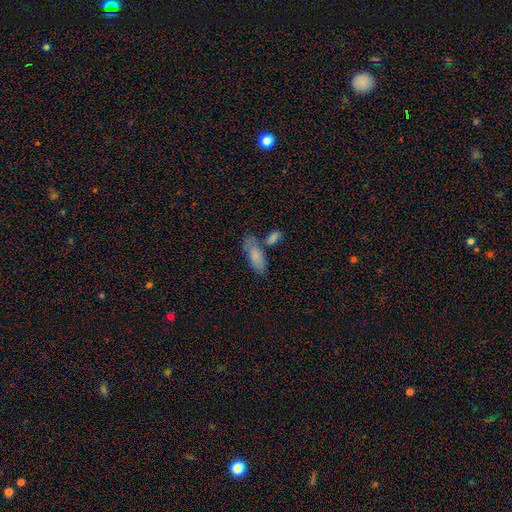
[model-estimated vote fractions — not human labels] This is likely a smooth galaxy (79%). How rounded: likely in between (72%). Merging: possibly none (55%).